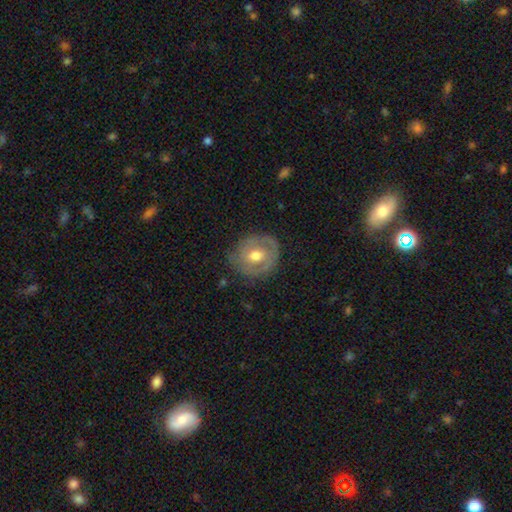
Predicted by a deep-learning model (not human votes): The model was most divided on "spiral arms": yes: 52%, no: 48%. More confident: edge-on disk — no (96%); bulge size — moderate (77%); merging — none (73%); bar — no (66%); smooth or featured — featured or disk (57%).